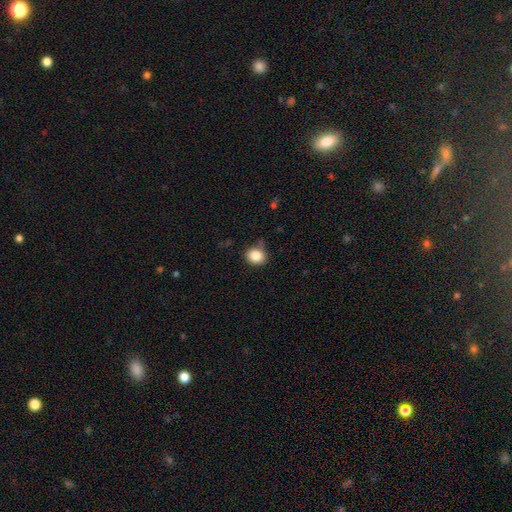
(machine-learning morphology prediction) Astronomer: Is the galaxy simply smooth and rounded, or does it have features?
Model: smooth — 85%.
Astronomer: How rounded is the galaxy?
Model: round — 73%.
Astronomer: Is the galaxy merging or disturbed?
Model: none — 71%.